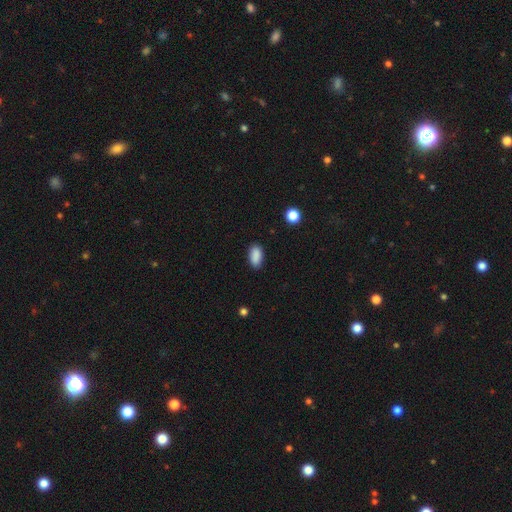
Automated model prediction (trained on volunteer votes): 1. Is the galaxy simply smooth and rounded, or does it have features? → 89% smooth, 8% star or artifact, 3% featured or disk.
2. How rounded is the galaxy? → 92% in between, 4% round, 4% cigar-shaped.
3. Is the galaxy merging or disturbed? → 87% none, 10% minor disturbance, 2% major disturbance, 1% merger.